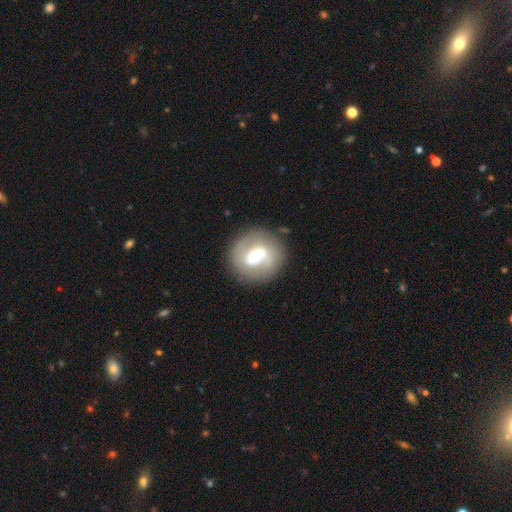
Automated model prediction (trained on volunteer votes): A featured or disk galaxy (62%) with a weak bar (44%), spiral arms (70%) and a moderate central bulge (48%). Merging: none (80%).